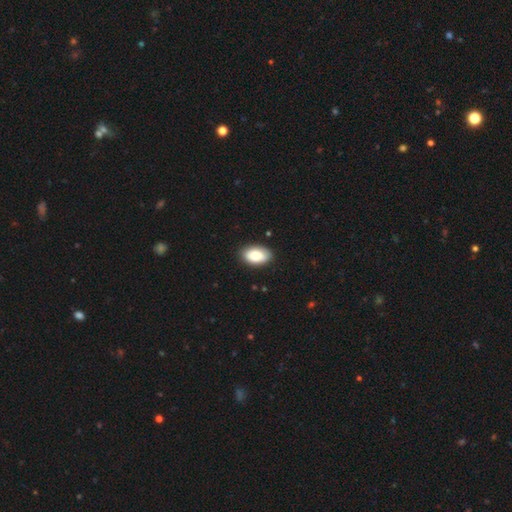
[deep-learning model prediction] Q: Smooth or featured?
A: smooth (81%); runner-up: featured or disk (12%)
Q: How rounded?
A: in between (92%); runner-up: round (6%)
Q: Merging?
A: none (88%); runner-up: minor disturbance (9%)